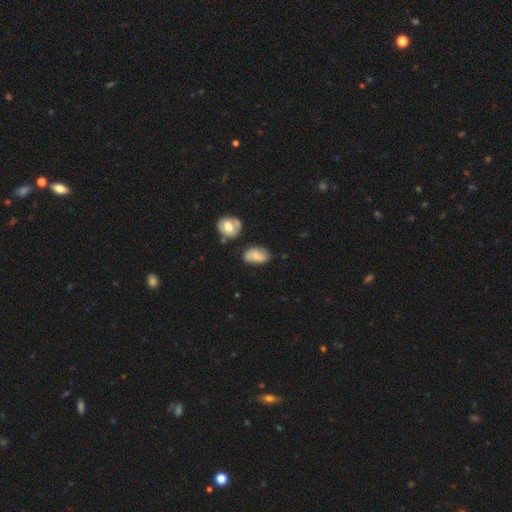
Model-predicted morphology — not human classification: smooth_or_featured: smooth (p=0.61) [alt: featured or disk p=0.31]
how_rounded: in between (p=0.88) [alt: round p=0.10]
merging: none (p=0.63) [alt: minor disturbance p=0.26]